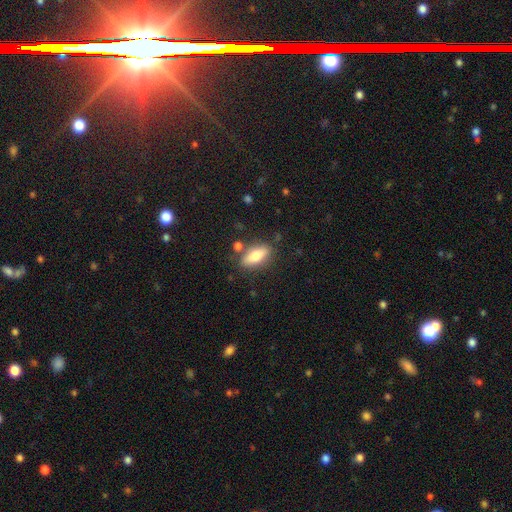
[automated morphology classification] A smooth galaxy with no disk features (70%) that is in between round and cigar-shaped (73%). Merging: none (79%).